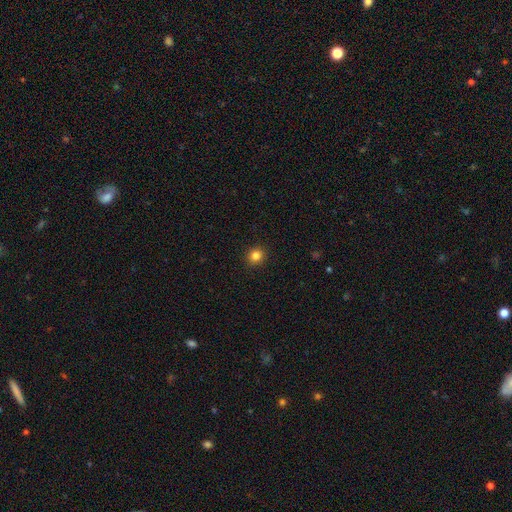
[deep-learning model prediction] This appears to be a smooth galaxy with no disk features (83%) that is round (88%). Merging: none (92%).